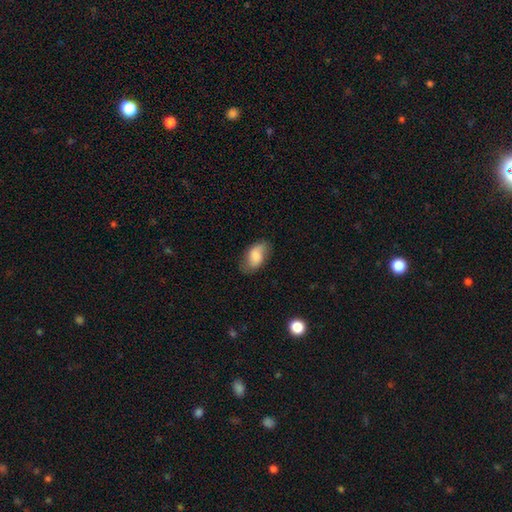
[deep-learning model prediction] smooth-or-featured: smooth: 70% | featured or disk: 23% | star or artifact: 8%
  how-rounded: in between: 92% | round: 5% | cigar-shaped: 2%
  merging: none: 70% | minor disturbance: 22% | major disturbance: 6% | merger: 1%